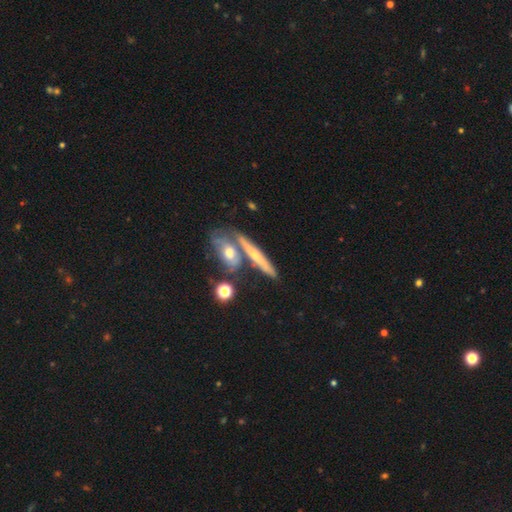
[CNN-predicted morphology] Smooth or featured? featured or disk (51%)
Edge-on disk? yes (80%)
Merging? none (59%)